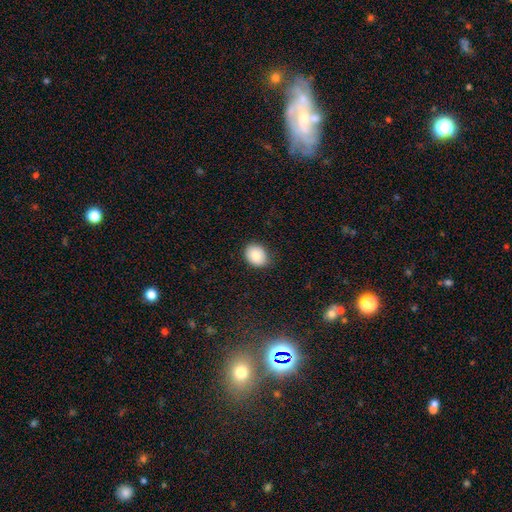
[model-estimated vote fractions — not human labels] Smooth or featured: smooth — 84% (star or artifact — 8%)
How rounded: round — 52% (in between — 47%)
Merging: none — 84% (minor disturbance — 13%)